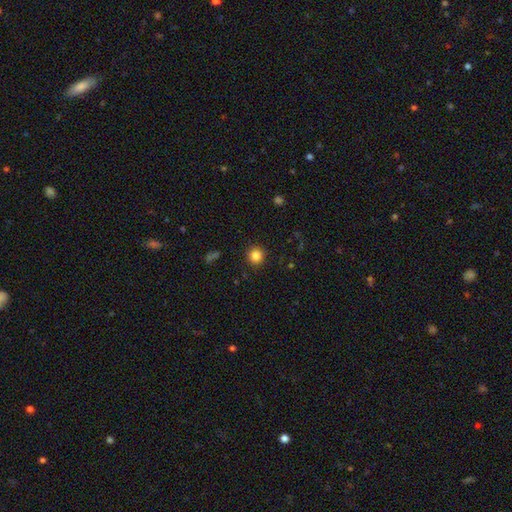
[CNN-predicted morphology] A smooth galaxy with no disk features (84%) that is round (94%).

Vote fractions:
- Smooth or featured? smooth: 84% / star or artifact: 12% / featured or disk: 5%
- How rounded? round: 94% / in between: 5% / cigar-shaped: 1%
- Merging? none: 91% / minor disturbance: 6% / major disturbance: 2% / merger: 1%